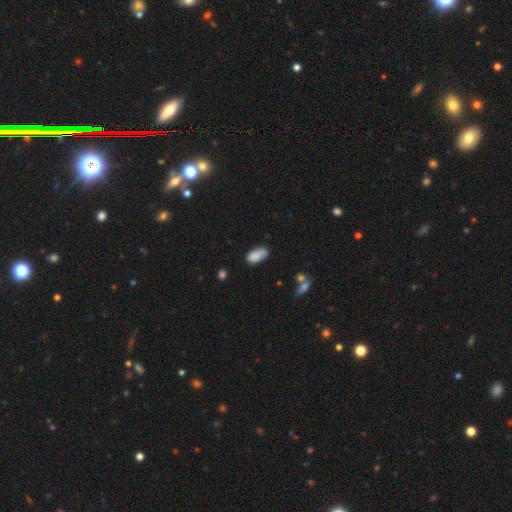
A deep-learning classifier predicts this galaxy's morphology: A smooth galaxy with no disk features (85%) that is in between round and cigar-shaped (93%).

Vote fractions:
- Smooth or featured? smooth: 85% / star or artifact: 8% / featured or disk: 7%
- How rounded? in between: 93% / cigar-shaped: 4% / round: 3%
- Merging? none: 64% / minor disturbance: 27% / major disturbance: 5% / merger: 4%